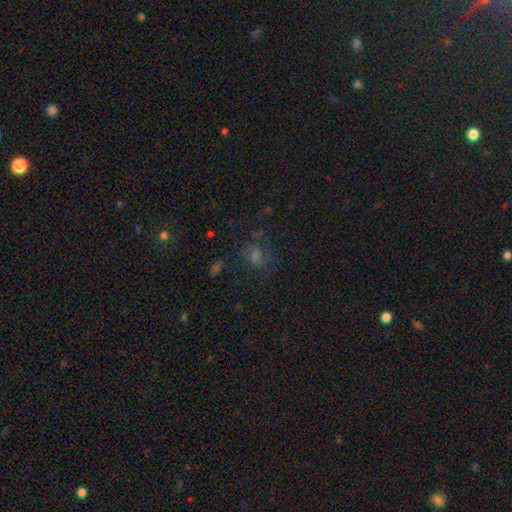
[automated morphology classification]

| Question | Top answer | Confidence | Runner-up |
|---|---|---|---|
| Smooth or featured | star or artifact | 35% | smooth (33%) |